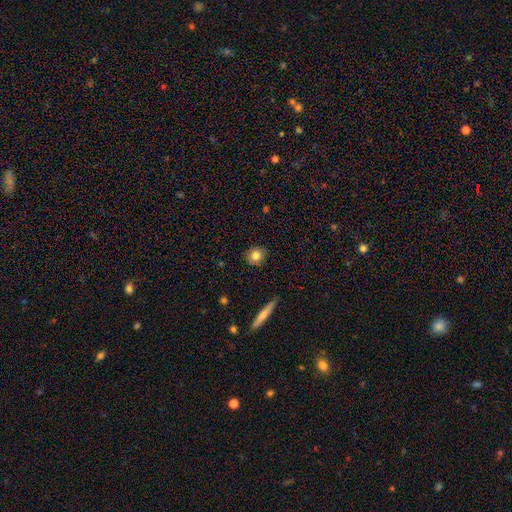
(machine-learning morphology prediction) Smooth or featured: smooth — 79% (featured or disk — 12%)
How rounded: round — 82% (in between — 16%)
Merging: none — 88% (minor disturbance — 9%)